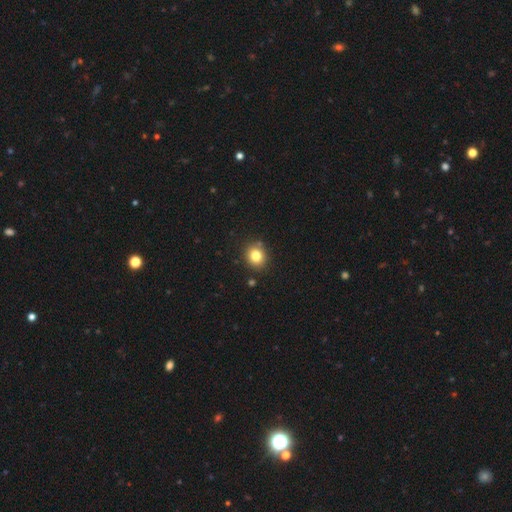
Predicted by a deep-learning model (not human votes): Smooth or featured? Predicted: smooth (p=0.81). How rounded? Predicted: round (p=0.74). Merging? Predicted: none (p=0.85).